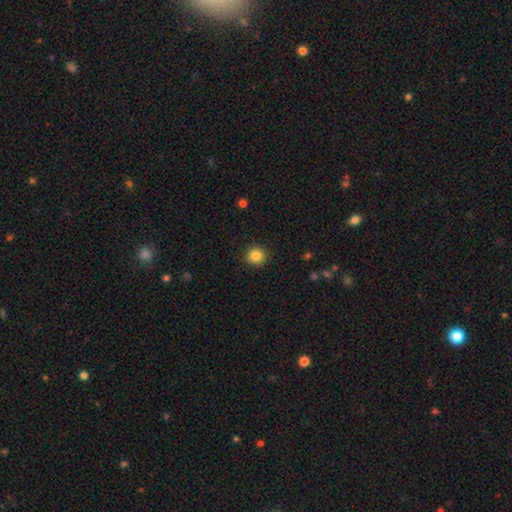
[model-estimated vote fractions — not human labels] A smooth galaxy with no disk features (85%) that is round (93%).

Vote fractions:
- Smooth or featured? smooth: 85% / star or artifact: 10% / featured or disk: 4%
- How rounded? round: 93% / in between: 6% / cigar-shaped: 1%
- Merging? none: 92% / minor disturbance: 5% / major disturbance: 2% / merger: 1%